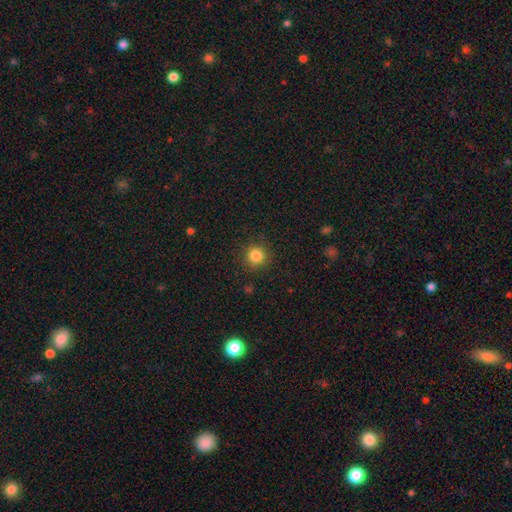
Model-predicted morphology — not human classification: This is clearly a smooth galaxy (84%). How rounded: clearly round (94%). Merging: clearly none (89%).